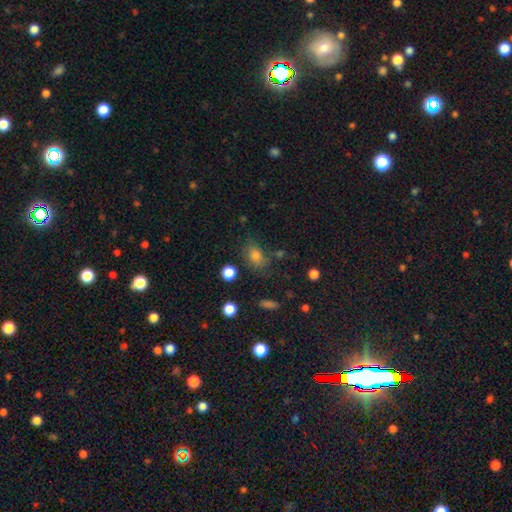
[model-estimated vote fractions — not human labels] A smooth galaxy with no disk features (71%) that is in between round and cigar-shaped (70%). Merging: none (68%).